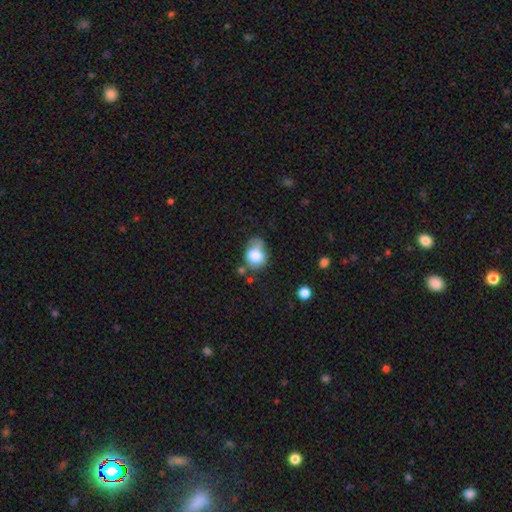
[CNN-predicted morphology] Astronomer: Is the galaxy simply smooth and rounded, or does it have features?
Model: smooth — 77%.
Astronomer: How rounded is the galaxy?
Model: in between — 55% (runner-up: round, 44%).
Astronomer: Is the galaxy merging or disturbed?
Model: none — 38% (runner-up: minor disturbance, 36%).